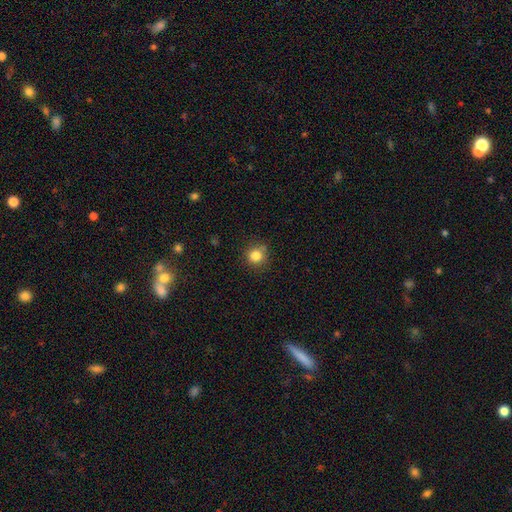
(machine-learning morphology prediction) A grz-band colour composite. It shows a smooth galaxy with no disk features (82%) that is round (91%). Merging: none (80%).